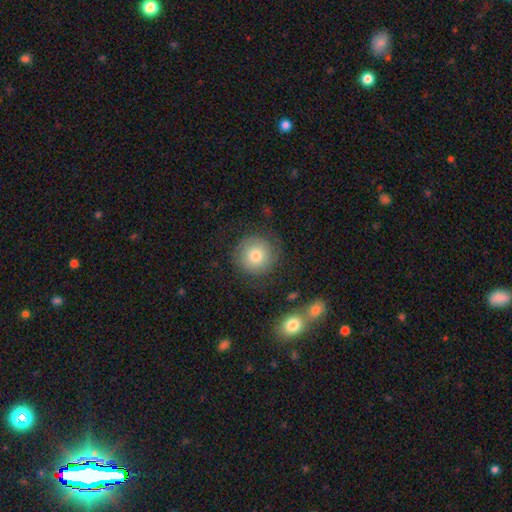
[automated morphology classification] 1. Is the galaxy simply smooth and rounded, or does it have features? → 70% smooth, 21% featured or disk, 8% star or artifact.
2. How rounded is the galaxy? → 94% round, 5% in between, 1% cigar-shaped.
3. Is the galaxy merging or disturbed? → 78% none, 13% minor disturbance, 7% major disturbance, 2% merger.